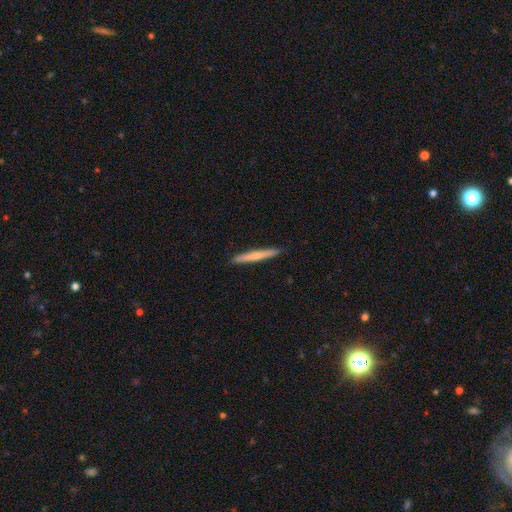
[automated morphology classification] A smooth galaxy with no disk features (58%) that is cigar-shaped (96%). Merging: none (92%).